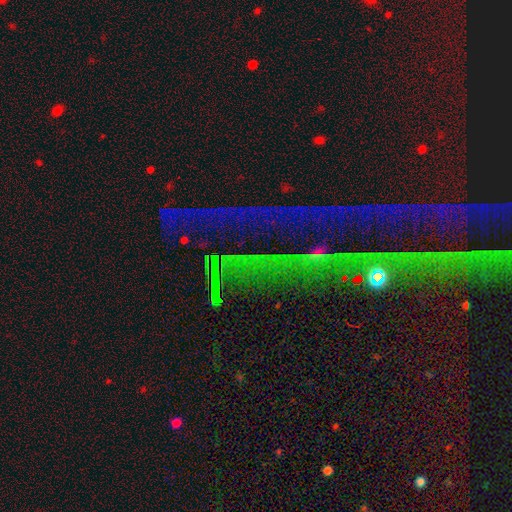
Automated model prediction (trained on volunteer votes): The model was most divided on "smooth or featured": star or artifact: 83%, featured or disk: 9%, smooth: 8%.